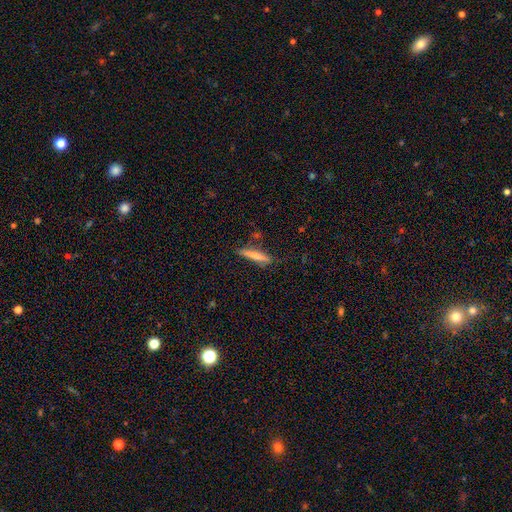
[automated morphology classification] A smooth galaxy with no disk features (70%) that is cigar-shaped (92%).

Vote fractions:
- Smooth or featured? smooth: 70% / featured or disk: 23% / star or artifact: 6%
- How rounded? cigar-shaped: 92% / in between: 7% / round: 1%
- Merging? none: 79% / minor disturbance: 15% / merger: 3% / major disturbance: 3%